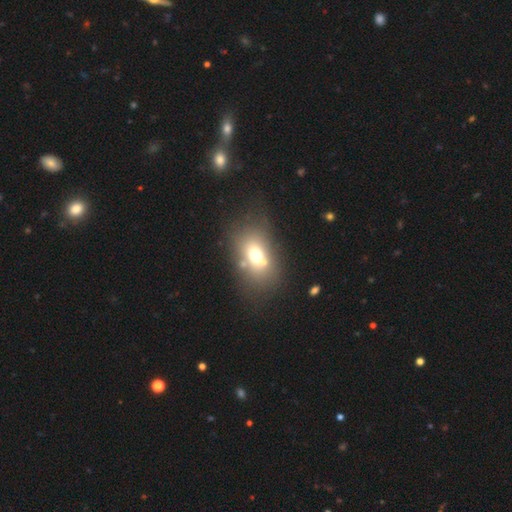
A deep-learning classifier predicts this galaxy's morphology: Smooth or featured? smooth (65%)
How rounded? in between (73%)
Merging? none (57%)